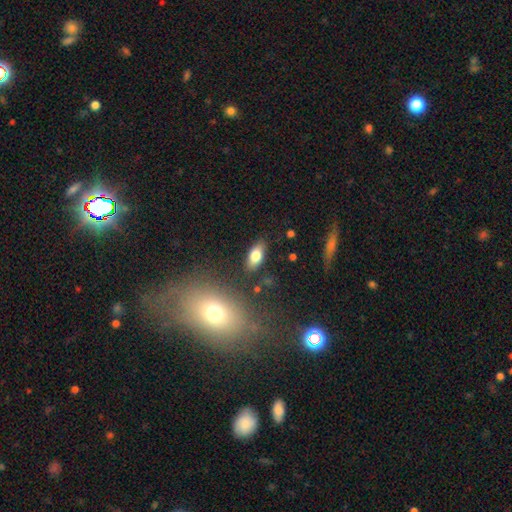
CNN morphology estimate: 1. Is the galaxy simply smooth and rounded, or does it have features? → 77% smooth, 15% featured or disk, 8% star or artifact.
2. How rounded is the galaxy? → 89% in between, 7% cigar-shaped, 4% round.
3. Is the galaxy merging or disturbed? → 84% none, 11% minor disturbance, 3% major disturbance, 2% merger.